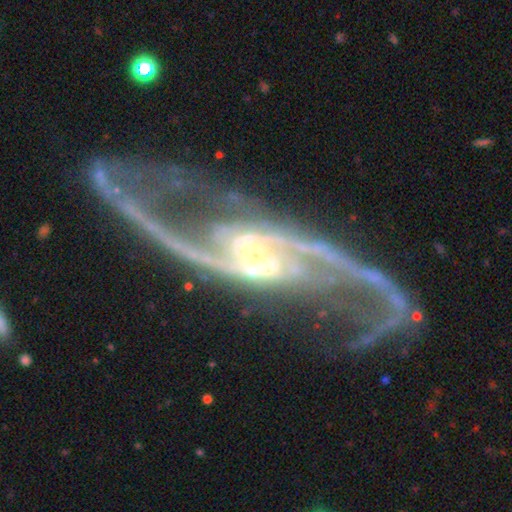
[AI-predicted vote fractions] Smooth or featured? Predicted: featured or disk (p=0.93). Edge-on disk? Predicted: no (p=0.95). Bar? Predicted: weak (p=0.39). Spiral arms? Predicted: yes (p=0.98). Spiral winding? Predicted: loose (p=0.58). Spiral arm count? Predicted: 2 (p=0.90). Bulge size? Predicted: small (p=0.67). Merging? Predicted: none (p=0.59).